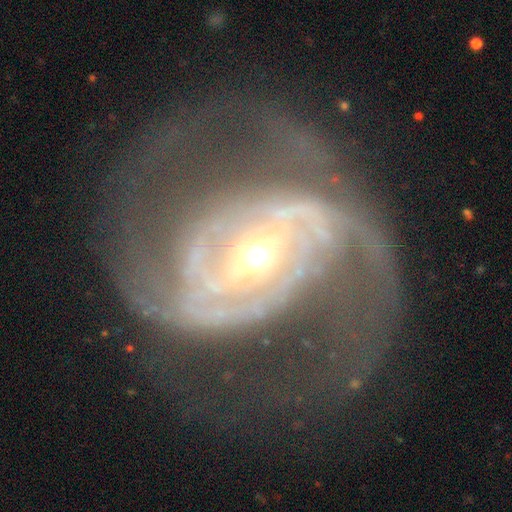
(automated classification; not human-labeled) A featured or disk galaxy (89%) with a strong bar (45%), 2 (64%) medium (46%) spiral arms (92%) and a small central bulge (51%). Merging: none (51%).